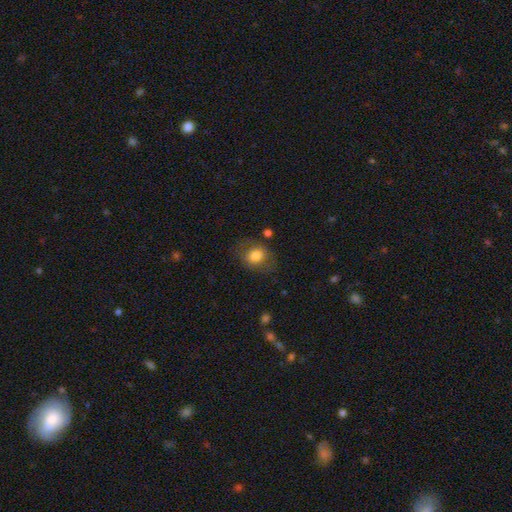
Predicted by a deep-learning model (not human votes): smooth_or_featured: smooth (p=0.78) [alt: featured or disk p=0.14]
how_rounded: round (p=0.55) [alt: in between p=0.44]
merging: none (p=0.70) [alt: minor disturbance p=0.18]